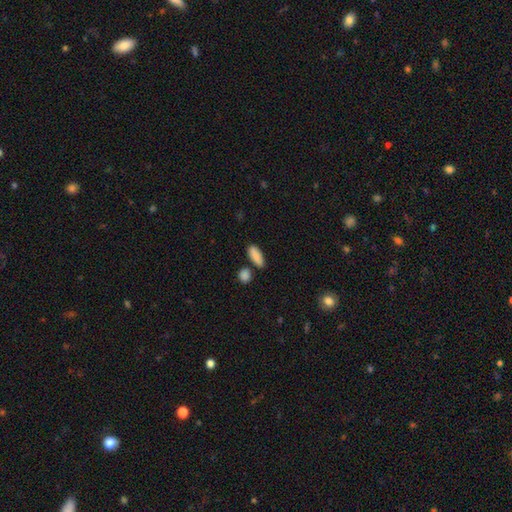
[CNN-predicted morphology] This is clearly a smooth galaxy (88%). How rounded: likely in between (73%). Merging: likely none (74%).